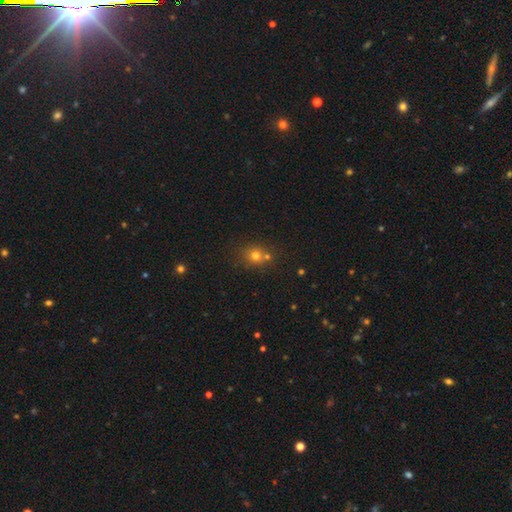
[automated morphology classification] smooth_or_featured: smooth (p=0.72) [alt: star or artifact p=0.17]
how_rounded: round (p=0.81) [alt: in between p=0.18]
merging: none (p=0.61) [alt: merger p=0.26]